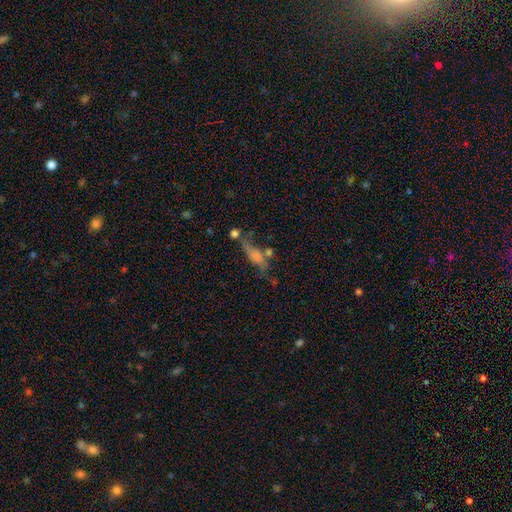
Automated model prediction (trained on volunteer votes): A smooth galaxy with no disk features (56%) that is cigar-shaped (48%).

Vote fractions:
- Smooth or featured? smooth: 56% / featured or disk: 32% / star or artifact: 12%
- How rounded? cigar-shaped: 48% / in between: 46% / round: 6%
- Merging? none: 41% / minor disturbance: 23% / merger: 19% / major disturbance: 18%